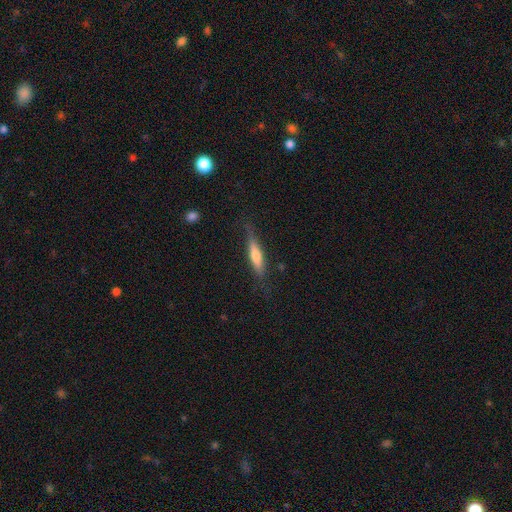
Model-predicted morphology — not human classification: Overall: smooth (49%; featured or disk 44%). Merging: none (78%).